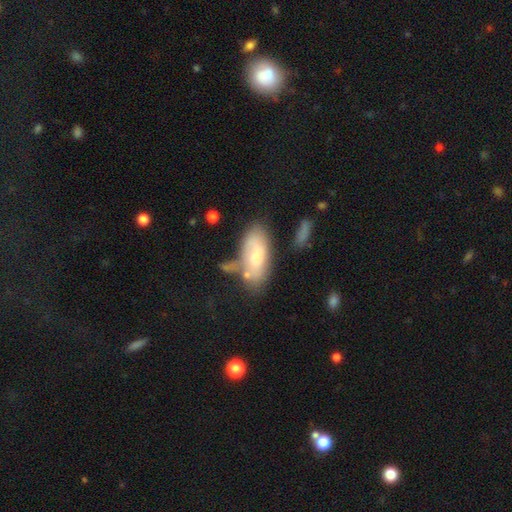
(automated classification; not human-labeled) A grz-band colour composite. It shows a smooth galaxy with no disk features (62%) that is in between round and cigar-shaped (88%). Merging: none (44%).